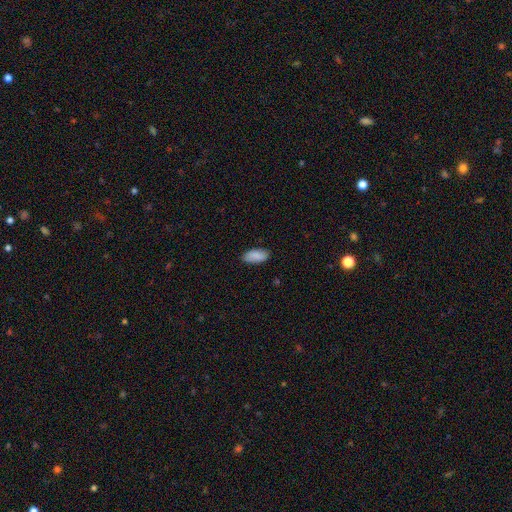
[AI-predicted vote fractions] Smooth or featured? Predicted: smooth (p=0.86). How rounded? Predicted: in between (p=0.92). Merging? Predicted: none (p=0.85).